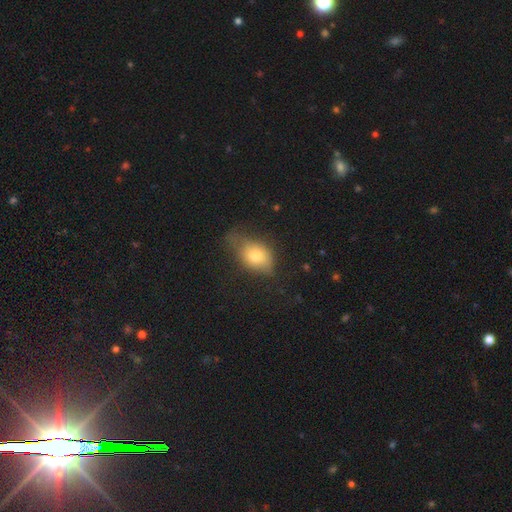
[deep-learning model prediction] smooth-or-featured: smooth: 72% | featured or disk: 19% | star or artifact: 10%
  how-rounded: in between: 78% | round: 19% | cigar-shaped: 3%
  merging: none: 41% | minor disturbance: 37% | major disturbance: 20% | merger: 2%